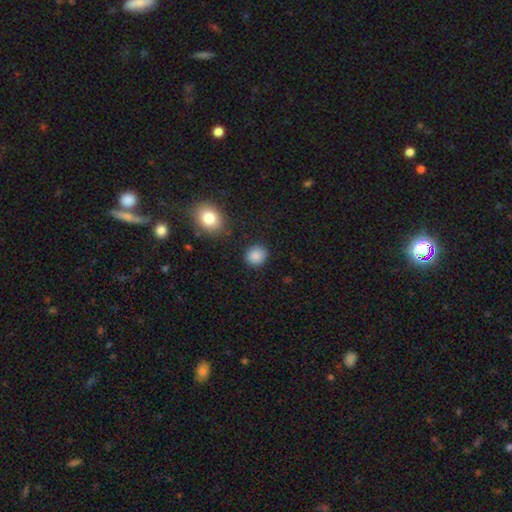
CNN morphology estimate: Smooth or featured: smooth — 87% (star or artifact — 9%)
How rounded: round — 84% (in between — 15%)
Merging: none — 87% (minor disturbance — 8%)